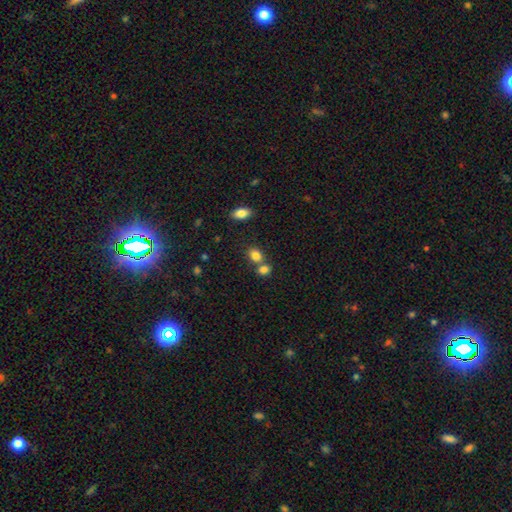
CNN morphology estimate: smooth 83%, star or artifact 10%, featured or disk 6%. Down the decision tree: how rounded — in between (59%); merging — none (50%).